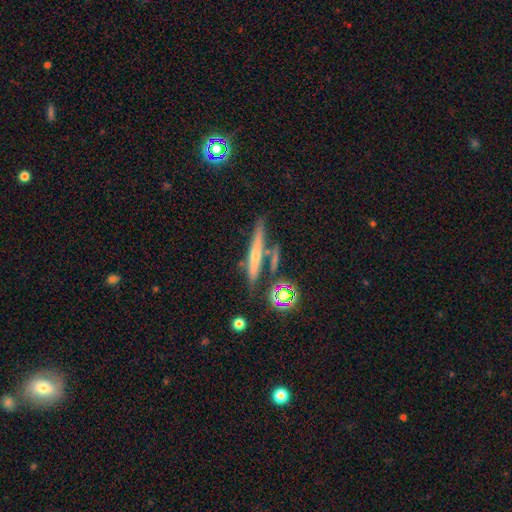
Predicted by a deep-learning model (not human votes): A featured or disk galaxy (49%).

Vote fractions:
- Smooth or featured? featured or disk: 49% / smooth: 37% / star or artifact: 14%
- Merging? none: 70% / merger: 14% / minor disturbance: 12% / major disturbance: 4%